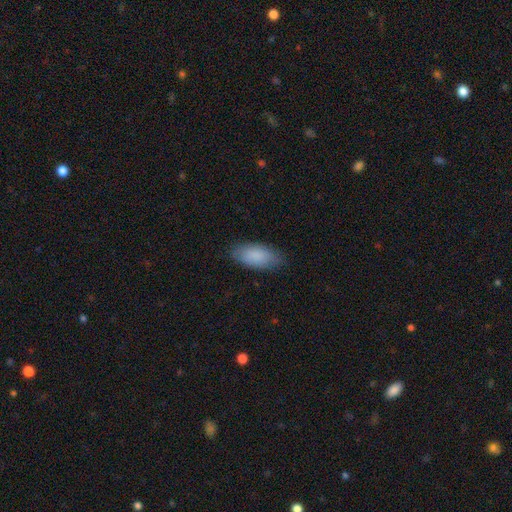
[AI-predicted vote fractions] Smooth or featured: smooth — 87% (featured or disk — 7%)
How rounded: in between — 89% (cigar-shaped — 9%)
Merging: none — 83% (minor disturbance — 13%)